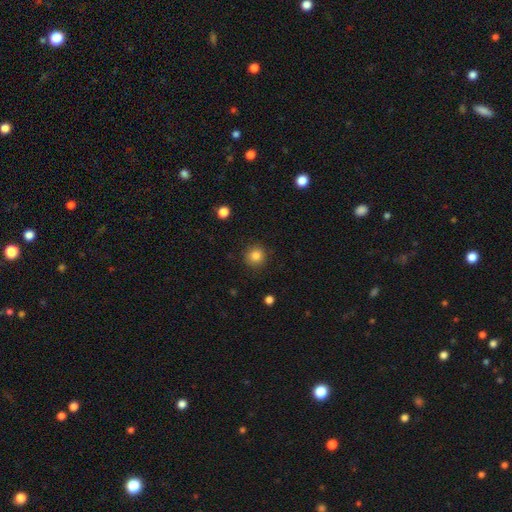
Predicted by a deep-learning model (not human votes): Morphology: type=smooth (84%); roundness=round (92%); merging=none (89%).